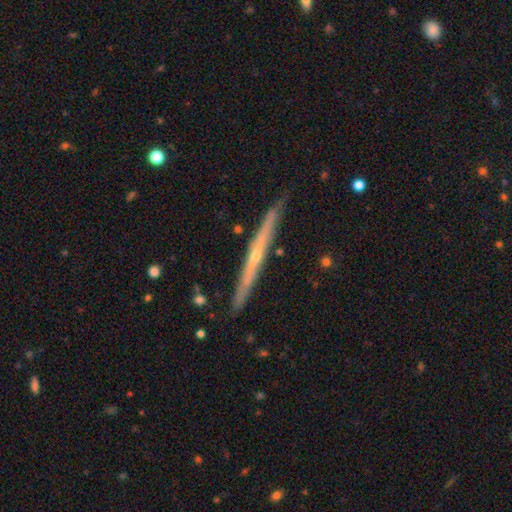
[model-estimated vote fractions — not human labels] Q: Smooth or featured?
A: featured or disk (73%); runner-up: smooth (21%)
Q: Edge-on disk?
A: yes (97%); runner-up: no (3%)
Q: Edge-on bulge?
A: rounded (55%); runner-up: none (42%)
Q: Merging?
A: none (88%); runner-up: minor disturbance (9%)